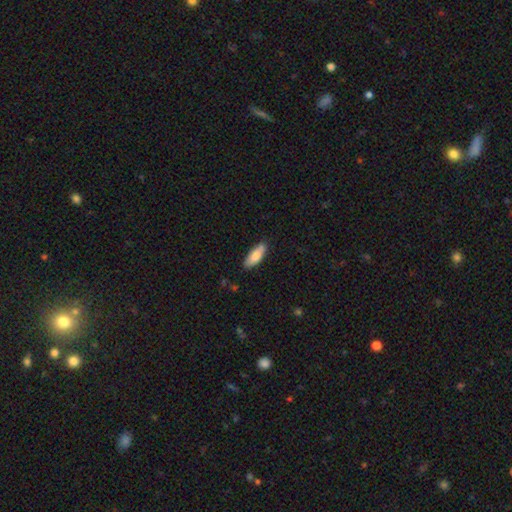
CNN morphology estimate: Overall: smooth (80%). How rounded: in between (67%; cigar-shaped 32%). Merging: none (77%).